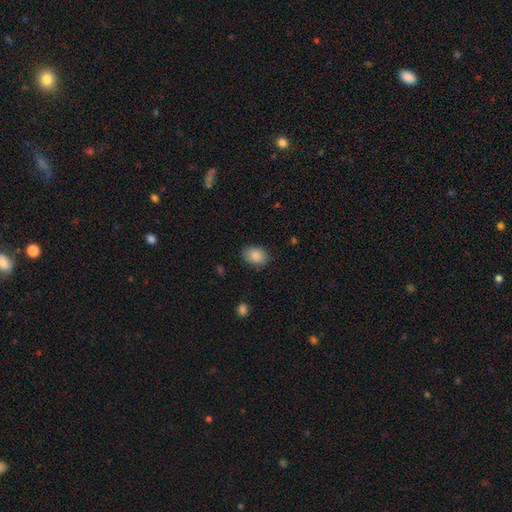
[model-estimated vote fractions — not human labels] Q: Smooth or featured?
A: smooth (88%); runner-up: star or artifact (7%)
Q: How rounded?
A: in between (80%); runner-up: round (19%)
Q: Merging?
A: none (84%); runner-up: minor disturbance (12%)